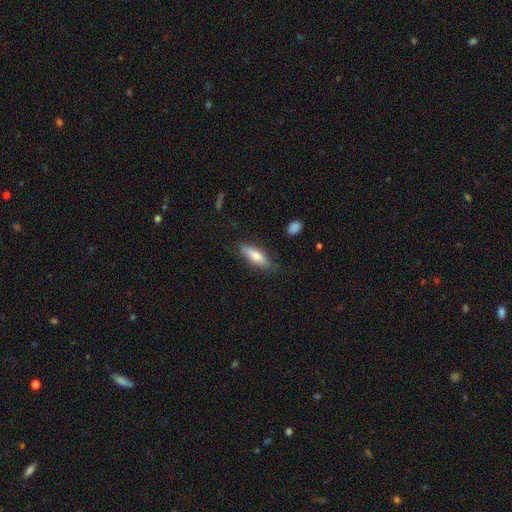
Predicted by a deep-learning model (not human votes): smooth_or_featured: smooth (p=0.73) [alt: featured or disk p=0.21]
how_rounded: in between (p=0.50) [alt: cigar-shaped p=0.48]
merging: none (p=0.77) [alt: minor disturbance p=0.18]